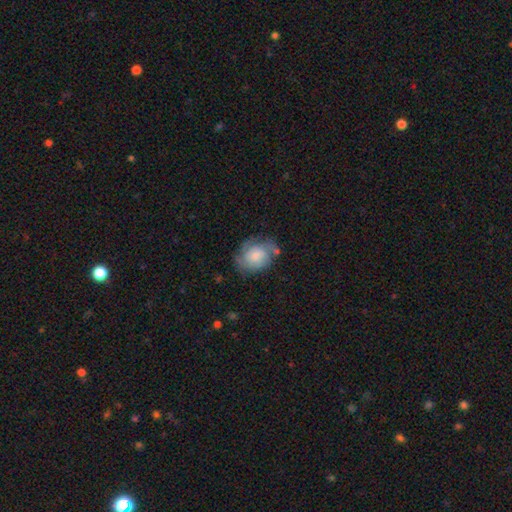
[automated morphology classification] Smooth or featured? smooth (47%)
Merging? none (54%)